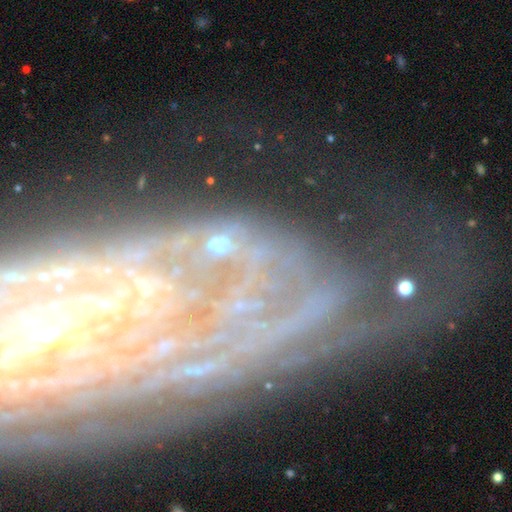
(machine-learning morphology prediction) Q: Smooth or featured?
A: featured or disk (51%); runner-up: star or artifact (33%)
Q: Edge-on disk?
A: no (90%); runner-up: yes (10%)
Q: Merging?
A: none (55%); runner-up: minor disturbance (17%)